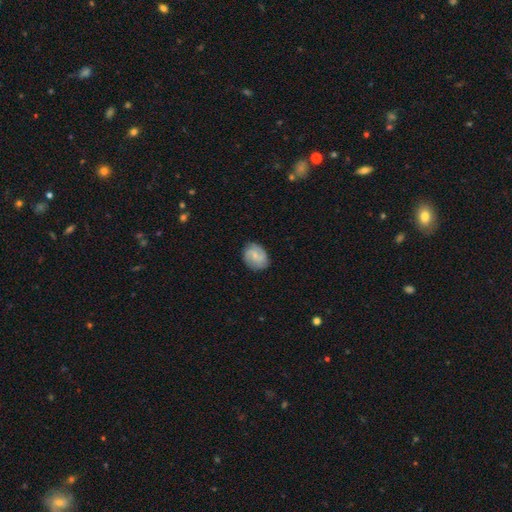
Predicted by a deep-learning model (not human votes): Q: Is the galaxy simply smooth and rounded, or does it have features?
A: featured or disk — 63%.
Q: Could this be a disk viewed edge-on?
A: no — 98%.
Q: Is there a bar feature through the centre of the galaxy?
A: weak — 48%.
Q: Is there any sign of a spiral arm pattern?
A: yes — 93%.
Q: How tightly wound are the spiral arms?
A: medium — 46%.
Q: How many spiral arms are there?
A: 2 — 64%.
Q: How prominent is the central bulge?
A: small — 59%.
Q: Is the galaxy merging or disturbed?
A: none — 81%.